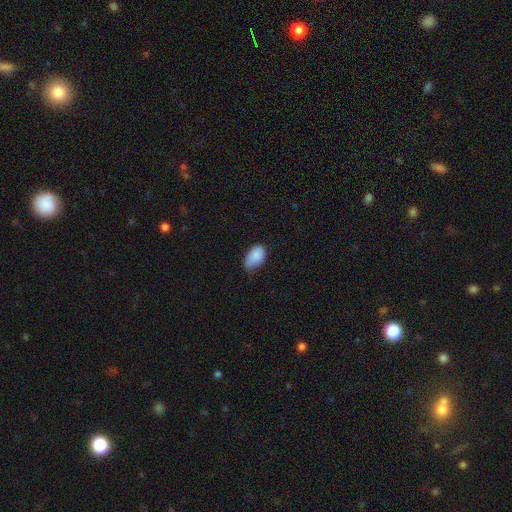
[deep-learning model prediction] Smooth or featured? smooth (87%)
How rounded? in between (91%)
Merging? minor disturbance (46%)